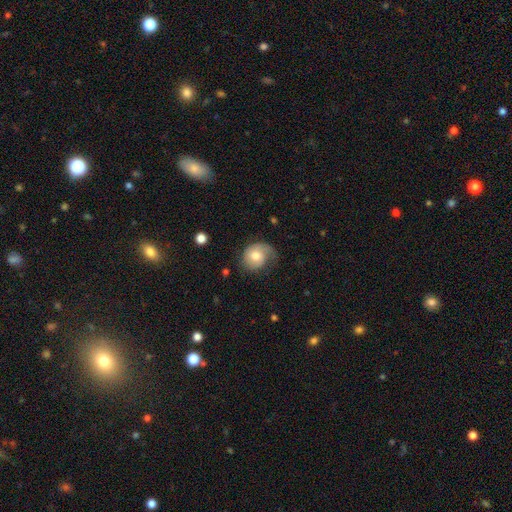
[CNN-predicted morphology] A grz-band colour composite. It shows a smooth galaxy with no disk features (50%). Merging: none (51%).